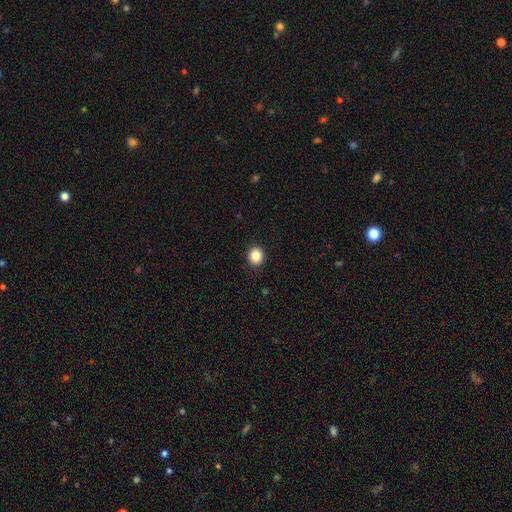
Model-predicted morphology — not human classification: This appears to be a smooth galaxy with no disk features (86%) that is round (79%). Merging: none (92%).